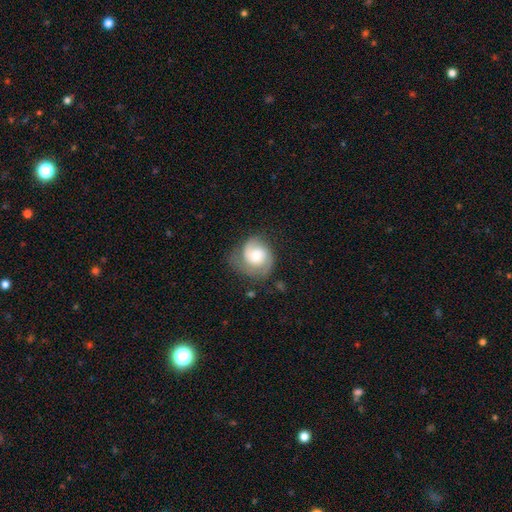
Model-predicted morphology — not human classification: featured or disk 66%, smooth 28%, star or artifact 7%. Down the decision tree: edge-on disk — no (98%); bar — no (61%); spiral arms — yes (92%); spiral arm count — 2 (67%); spiral winding — medium (43%); bulge size — moderate (55%); merging — none (56%).